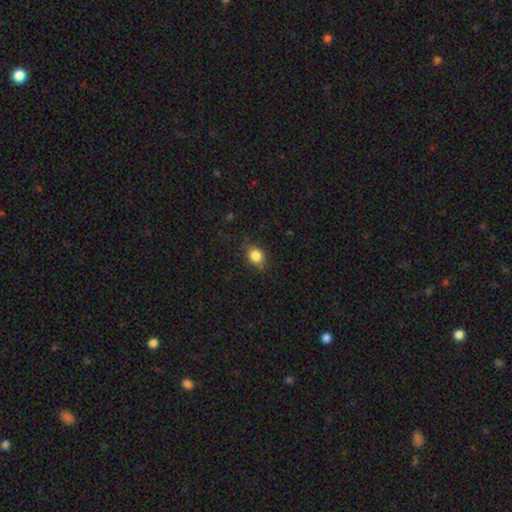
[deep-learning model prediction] Smooth or featured: smooth — 83% (star or artifact — 10%)
How rounded: round — 50% (in between — 48%)
Merging: none — 75% (minor disturbance — 19%)